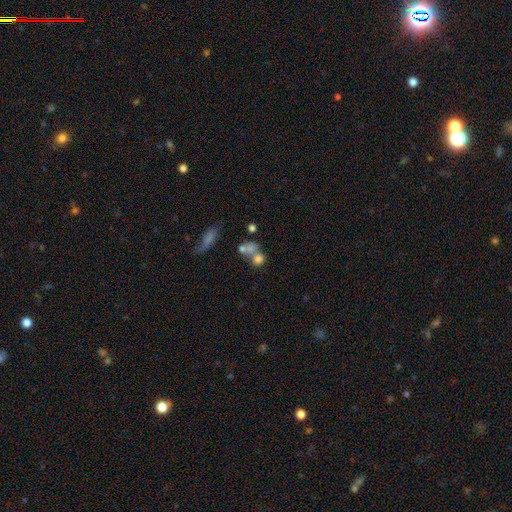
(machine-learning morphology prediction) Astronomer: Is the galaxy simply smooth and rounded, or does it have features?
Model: smooth — 65%.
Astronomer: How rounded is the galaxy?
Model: round — 65%.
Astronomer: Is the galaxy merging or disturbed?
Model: merger — 53% (runner-up: none, 30%).